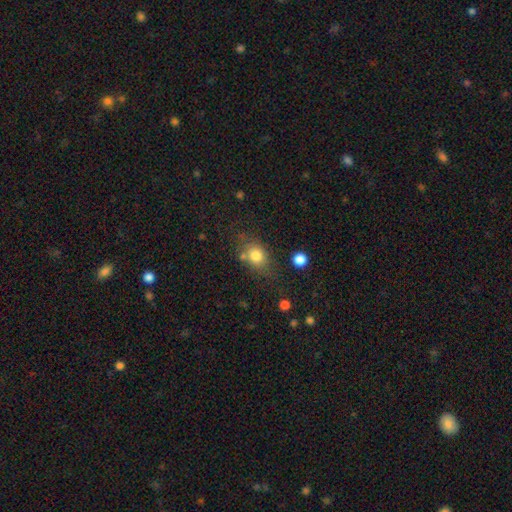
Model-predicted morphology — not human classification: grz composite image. It shows a smooth galaxy with no disk features (79%) that is round (52%). Merging: none (62%).